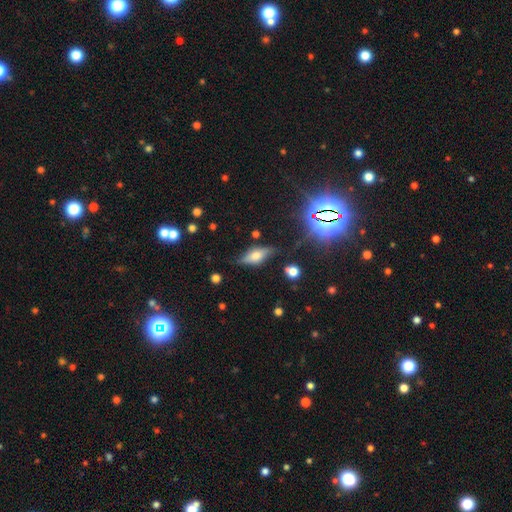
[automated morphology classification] Smooth or featured?
  - smooth: 45% *
  - featured or disk: 44%
  - star or artifact: 11%
Merging?
  - none: 72% *
  - minor disturbance: 19%
  - major disturbance: 5%
  - merger: 3%